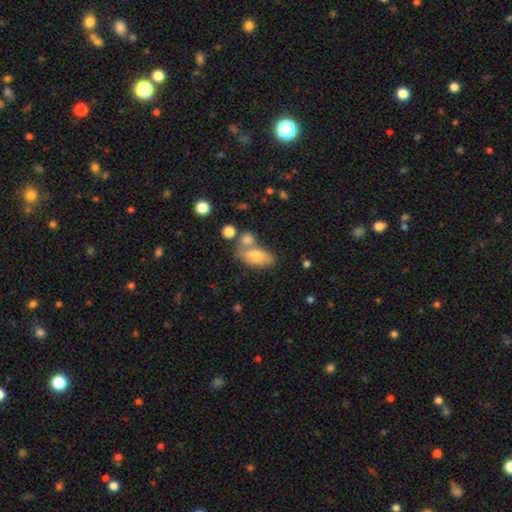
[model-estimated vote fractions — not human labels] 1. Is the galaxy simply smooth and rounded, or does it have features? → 72% smooth, 20% featured or disk, 8% star or artifact.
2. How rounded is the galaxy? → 88% in between, 7% cigar-shaped, 5% round.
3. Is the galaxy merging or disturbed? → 47% none, 33% merger, 15% minor disturbance, 6% major disturbance.